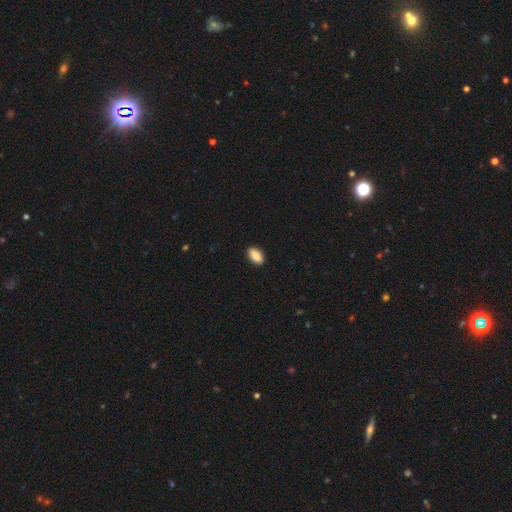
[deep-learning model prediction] smooth 89%, star or artifact 7%, featured or disk 4%. Down the decision tree: how rounded — in between (92%); merging — none (90%).